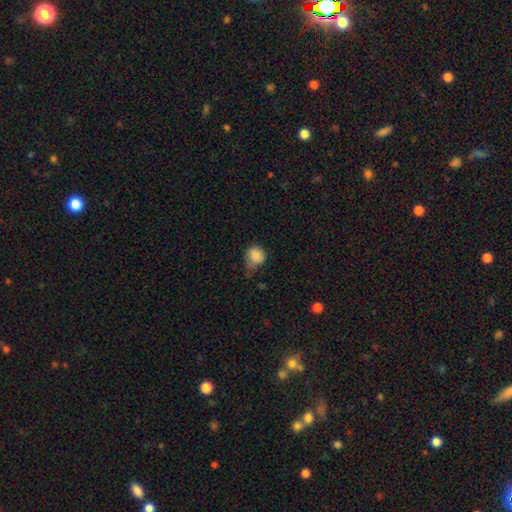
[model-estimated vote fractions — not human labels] The model was most divided on "merging": minor disturbance: 40%, none: 38%, major disturbance: 18%, merger: 4%. More confident: smooth or featured — smooth (85%); how rounded — round (77%).